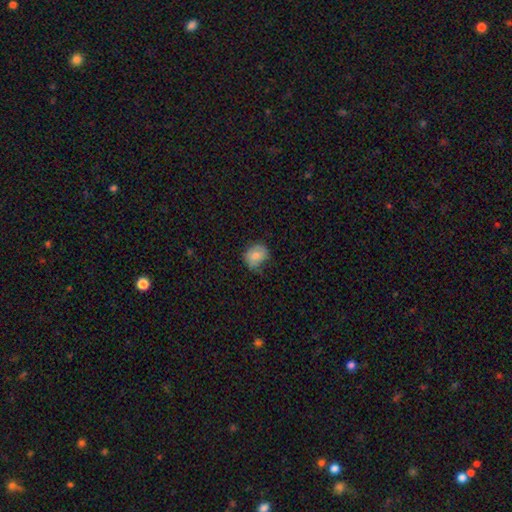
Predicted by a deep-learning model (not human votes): This is likely a smooth galaxy (75%). How rounded: likely round (62%). Merging: possibly none (56%).